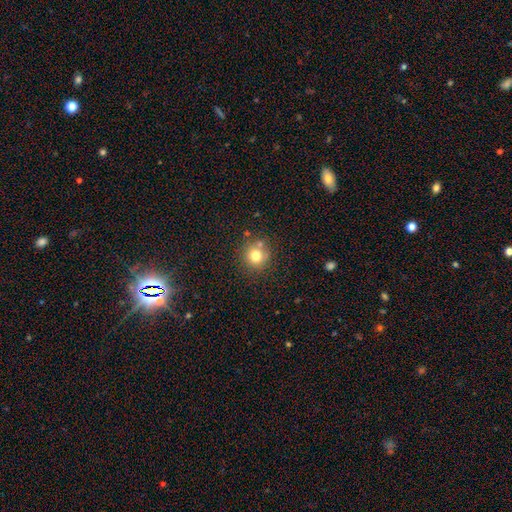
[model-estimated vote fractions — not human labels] Smooth or featured? Predicted: smooth (p=0.76). How rounded? Predicted: round (p=0.92). Merging? Predicted: none (p=0.75).